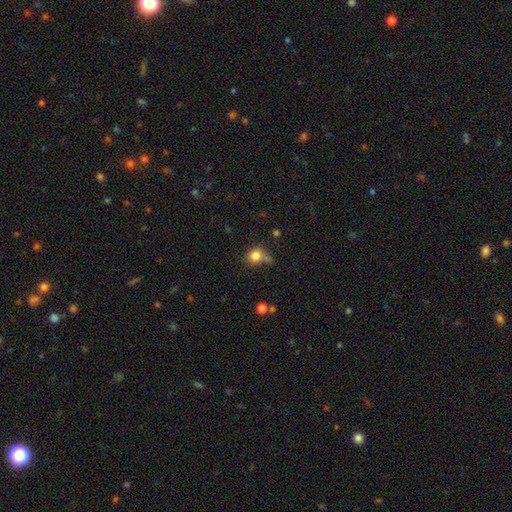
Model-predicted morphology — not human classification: type=smooth (82%); roundness=round (81%); merging=none (60%).